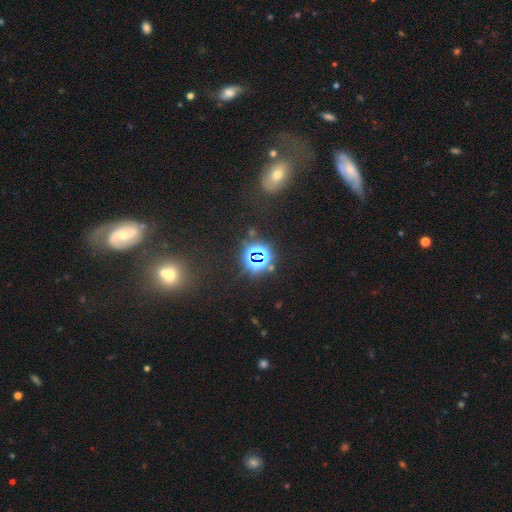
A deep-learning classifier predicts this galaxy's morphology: A star or artifact, not a galaxy (77%).

Vote fractions:
- Smooth or featured? star or artifact: 77% / smooth: 15% / featured or disk: 8%